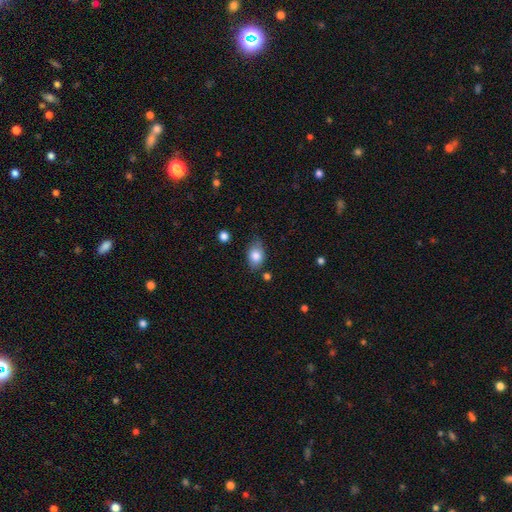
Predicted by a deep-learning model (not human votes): smooth_or_featured: smooth (p=0.82) [alt: featured or disk p=0.10]
how_rounded: in between (p=0.77) [alt: round p=0.22]
merging: none (p=0.70) [alt: minor disturbance p=0.22]